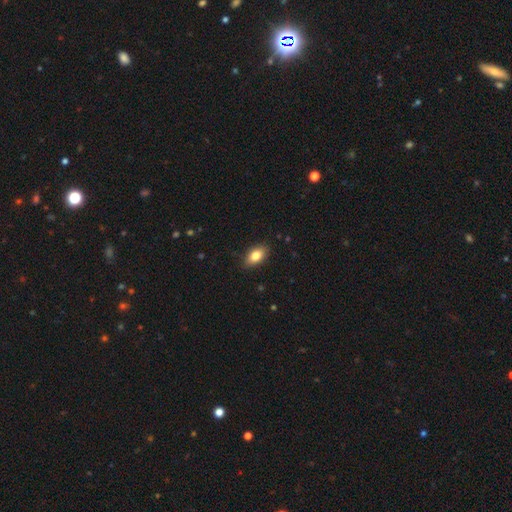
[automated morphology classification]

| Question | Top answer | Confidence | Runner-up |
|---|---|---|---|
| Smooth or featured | smooth | 80% | featured or disk (12%) |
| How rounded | in between | 88% | round (8%) |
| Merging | none | 87% | minor disturbance (10%) |